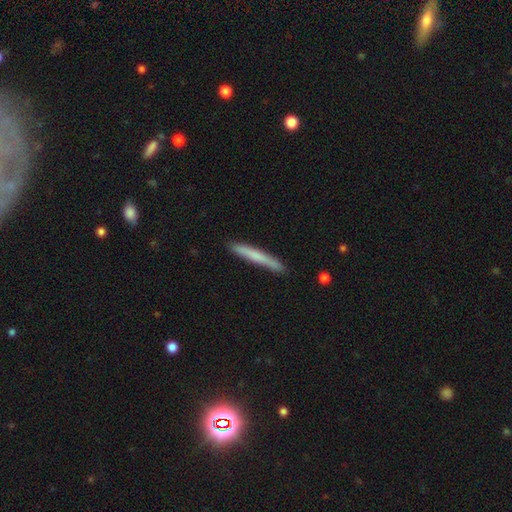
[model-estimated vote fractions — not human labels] Smooth or featured?
  - smooth: 65% *
  - featured or disk: 29%
  - star or artifact: 5%
How rounded?
  - cigar-shaped: 97% *
  - in between: 2%
  - round: 1%
Merging?
  - none: 87% *
  - minor disturbance: 10%
  - major disturbance: 2%
  - merger: 1%